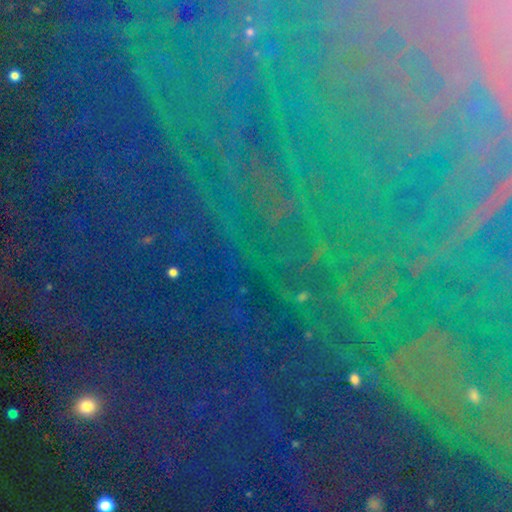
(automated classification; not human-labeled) smooth-or-featured: star or artifact: 81% | featured or disk: 10% | smooth: 9%